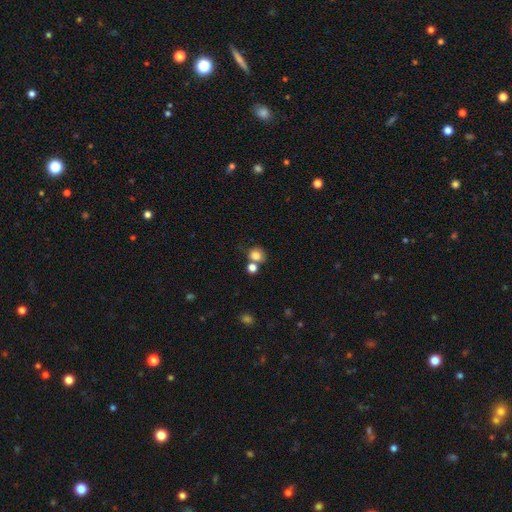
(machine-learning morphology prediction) Smooth or featured: smooth — 80% (star or artifact — 11%)
How rounded: round — 82% (in between — 17%)
Merging: none — 56% (merger — 28%)